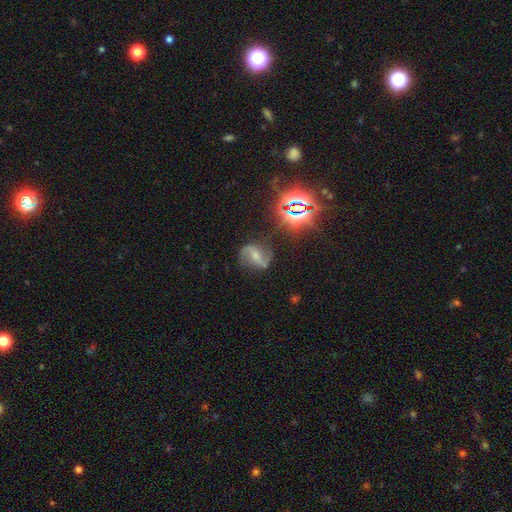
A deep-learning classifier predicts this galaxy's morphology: Overall: featured or disk (72%). Edge-on disk: no (97%). Bar: weak (40%; strong 37%). Spiral arms: yes (92%). Spiral arm count: 2 (91%). Spiral winding: loose (60%; medium 31%). Bulge size: small (43%; moderate 39%). Merging: none (73%).